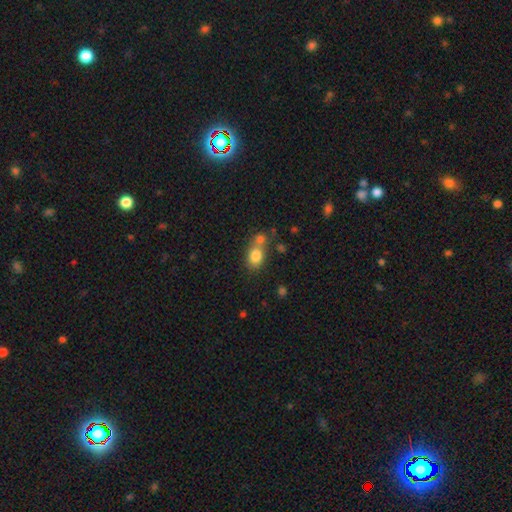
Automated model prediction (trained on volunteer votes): smooth 80%, featured or disk 10%, star or artifact 10%. Down the decision tree: how rounded — in between (59%); merging — none (43%).